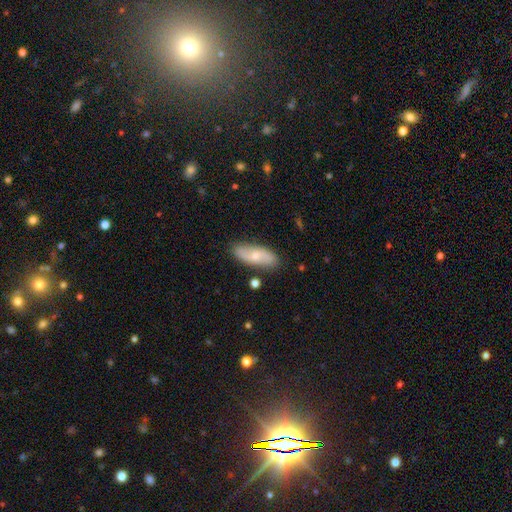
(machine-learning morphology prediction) smooth 56%, featured or disk 38%, star or artifact 6%. Down the decision tree: how rounded — in between (73%); merging — none (83%).